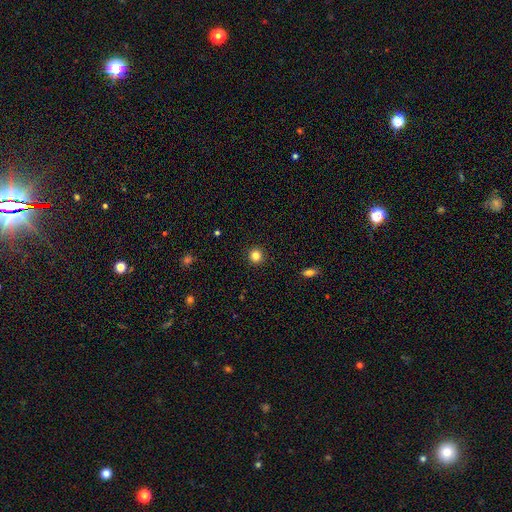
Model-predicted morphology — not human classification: Smooth or featured? smooth (83%)
How rounded? round (94%)
Merging? none (93%)